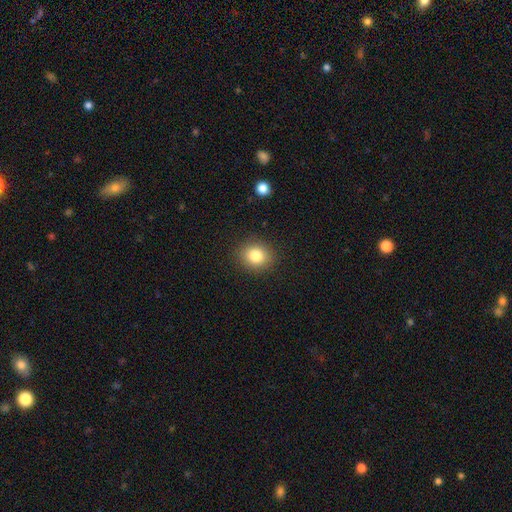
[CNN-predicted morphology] This appears to be a smooth galaxy with no disk features (82%) that is round (69%). Merging: none (89%).